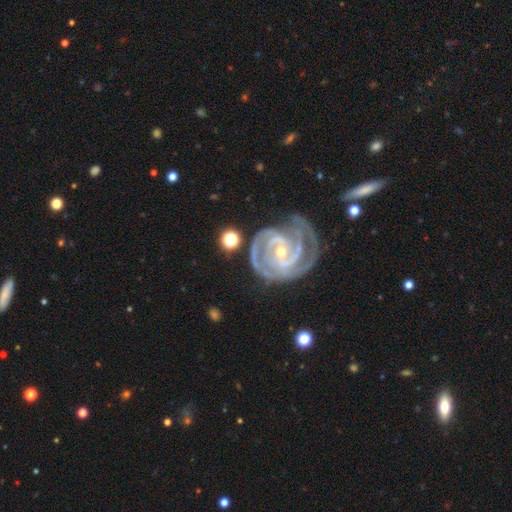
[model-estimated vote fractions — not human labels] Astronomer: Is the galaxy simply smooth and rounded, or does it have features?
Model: featured or disk — 92%.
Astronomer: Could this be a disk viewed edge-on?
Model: no — 98%.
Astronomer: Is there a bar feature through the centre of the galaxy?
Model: weak — 37% (runner-up: no, 32%).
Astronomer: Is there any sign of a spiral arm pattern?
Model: yes — 98%.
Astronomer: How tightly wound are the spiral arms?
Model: tight — 72%.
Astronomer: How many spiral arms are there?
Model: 2 — 36% (runner-up: 3, 33%).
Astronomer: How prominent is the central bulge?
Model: small — 66%.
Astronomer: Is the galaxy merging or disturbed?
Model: none — 62%.